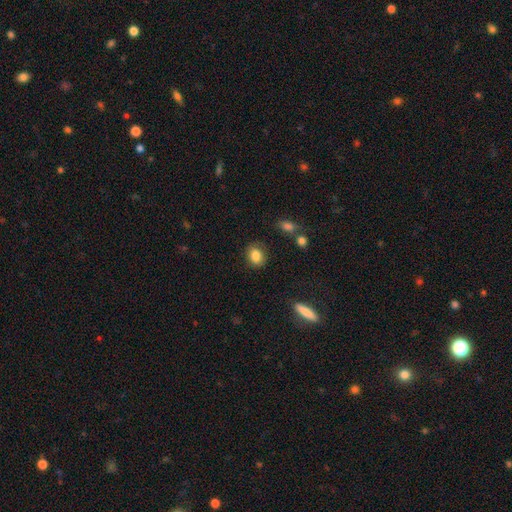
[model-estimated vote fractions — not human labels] Smooth or featured?
  - smooth: 85% *
  - star or artifact: 9%
  - featured or disk: 7%
How rounded?
  - in between: 54% *
  - round: 44%
  - cigar-shaped: 1%
Merging?
  - none: 80% *
  - minor disturbance: 14%
  - major disturbance: 4%
  - merger: 2%